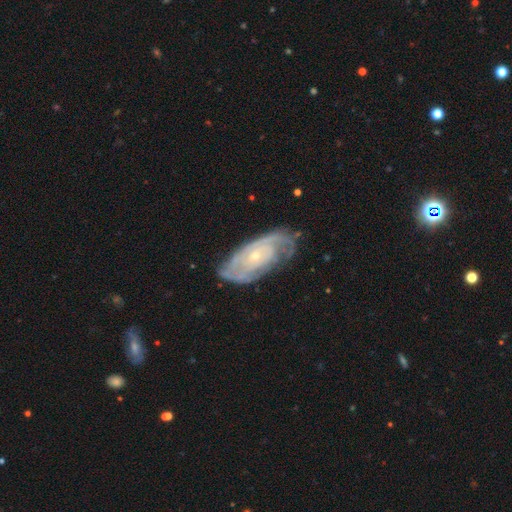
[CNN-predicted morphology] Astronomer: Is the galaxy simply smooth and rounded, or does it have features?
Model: featured or disk — 83%.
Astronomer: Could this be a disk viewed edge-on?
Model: no — 93%.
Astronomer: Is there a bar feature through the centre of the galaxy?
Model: no — 76%.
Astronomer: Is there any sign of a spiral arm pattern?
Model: yes — 91%.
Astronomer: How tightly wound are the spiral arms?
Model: tight — 65%.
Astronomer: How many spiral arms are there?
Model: can't tell — 40% (runner-up: 2, 34%).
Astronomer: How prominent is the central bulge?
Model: small — 74%.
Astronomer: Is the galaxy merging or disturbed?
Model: none — 68%.